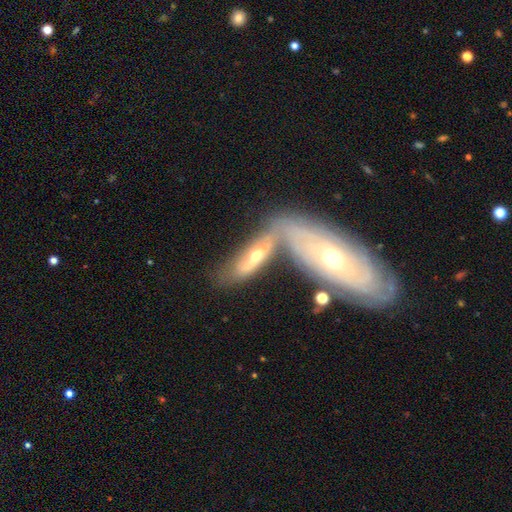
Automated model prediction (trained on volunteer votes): smooth-or-featured: featured or disk: 61% | smooth: 33% | star or artifact: 6%
  disk-edge-on: no: 57% | yes: 43%
  merging: merger: 53% | none: 31% | minor disturbance: 11% | major disturbance: 5%